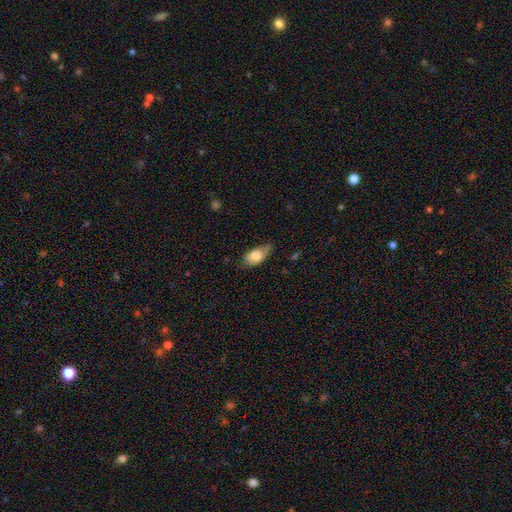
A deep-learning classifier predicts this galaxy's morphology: Smooth or featured? smooth (75%)
How rounded? in between (88%)
Merging? none (60%)